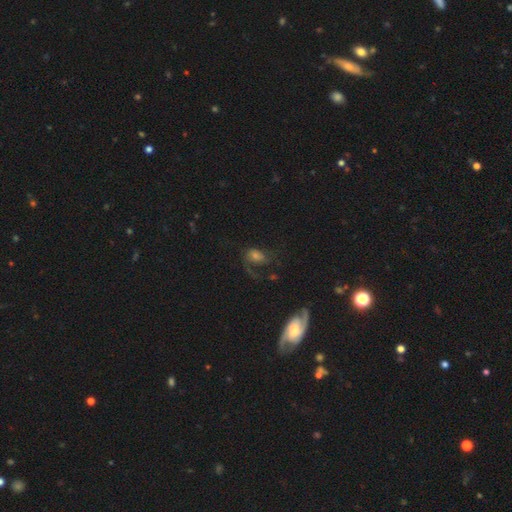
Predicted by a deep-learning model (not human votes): A featured or disk galaxy (54%) with no bar (59%), spiral arms (84%) and a moderate central bulge (40%). Merging: none (42%).